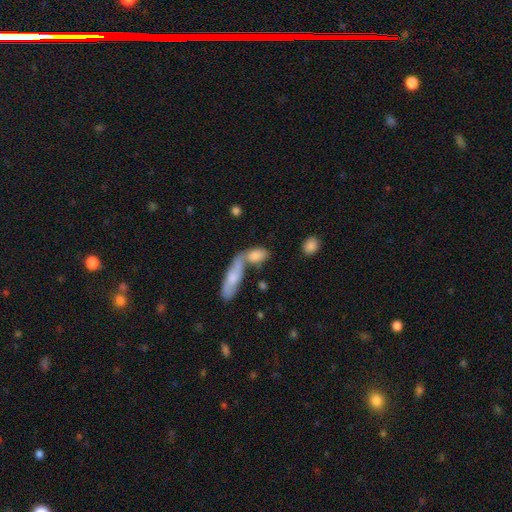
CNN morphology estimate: smooth 78%, featured or disk 15%, star or artifact 7%. Down the decision tree: how rounded — in between (80%); merging — merger (54%).